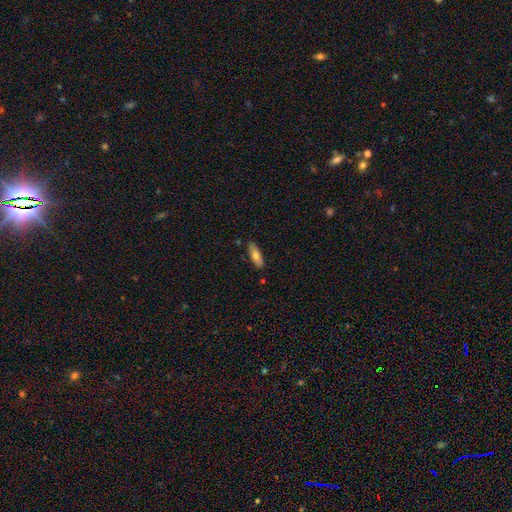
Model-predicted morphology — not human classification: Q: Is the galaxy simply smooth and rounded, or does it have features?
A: smooth — 70%.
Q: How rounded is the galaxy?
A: in between — 55%.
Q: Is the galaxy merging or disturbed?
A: none — 83%.